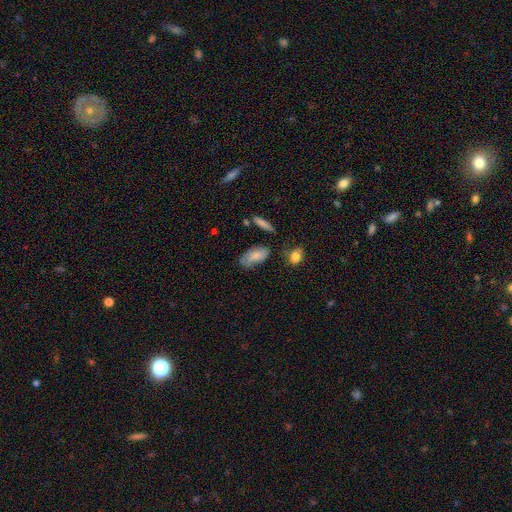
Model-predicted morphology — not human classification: The model was most divided on "merging": none: 56%, minor disturbance: 29%, major disturbance: 10%, merger: 6%. More confident: how rounded — in between (89%); smooth or featured — smooth (74%).